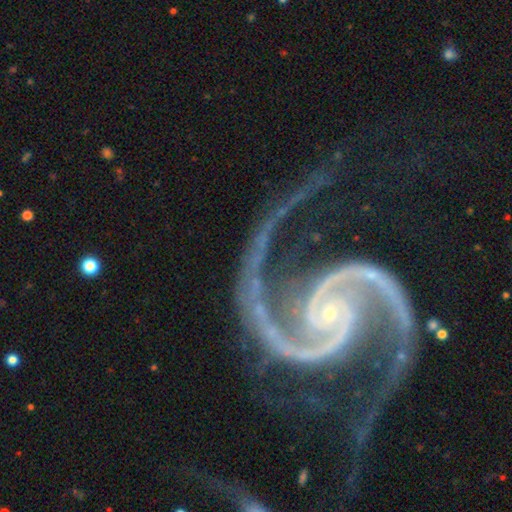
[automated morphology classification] Q: Smooth or featured?
A: featured or disk (87%); runner-up: star or artifact (8%)
Q: Edge-on disk?
A: no (96%); runner-up: yes (4%)
Q: Bar?
A: no (56%); runner-up: weak (25%)
Q: Spiral arms?
A: yes (94%); runner-up: no (6%)
Q: Spiral winding?
A: loose (39%); tied with: medium (39%)
Q: Spiral arm count?
A: 2 (79%); runner-up: can't tell (5%)
Q: Bulge size?
A: small (74%); runner-up: moderate (18%)
Q: Merging?
A: none (45%); runner-up: major disturbance (30%)